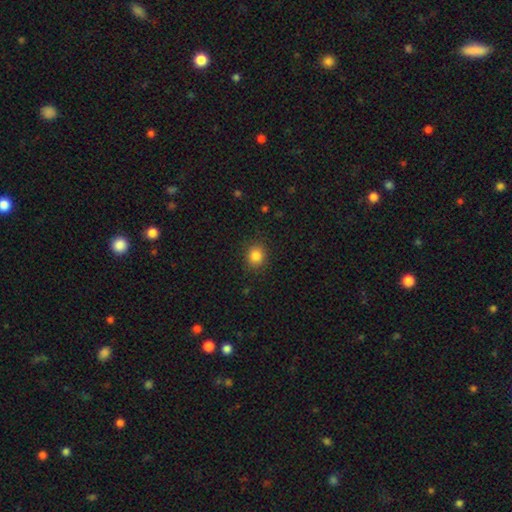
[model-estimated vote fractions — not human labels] smooth_or_featured: smooth (p=0.85) [alt: star or artifact p=0.11]
how_rounded: round (p=0.80) [alt: in between p=0.19]
merging: none (p=0.89) [alt: minor disturbance p=0.08]